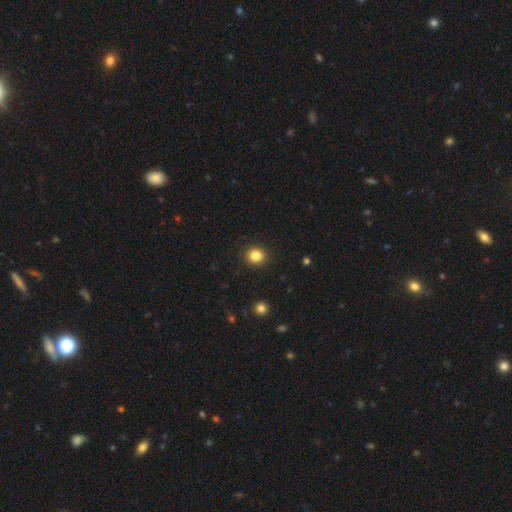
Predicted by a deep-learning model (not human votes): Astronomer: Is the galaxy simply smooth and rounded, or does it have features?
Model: smooth — 84%.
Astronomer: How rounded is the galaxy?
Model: round — 87%.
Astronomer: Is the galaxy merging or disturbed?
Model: none — 92%.